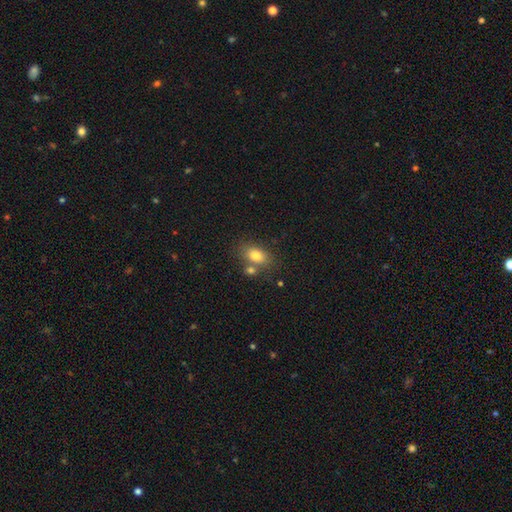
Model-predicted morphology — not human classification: Smooth or featured? Predicted: smooth (p=0.80). How rounded? Predicted: in between (p=0.82). Merging? Predicted: none (p=0.60).